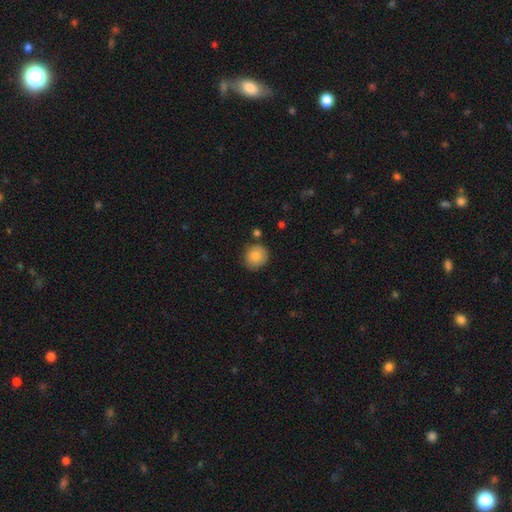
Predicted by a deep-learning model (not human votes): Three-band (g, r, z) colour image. It shows a smooth galaxy with no disk features (86%) that is round (88%). Merging: none (82%).